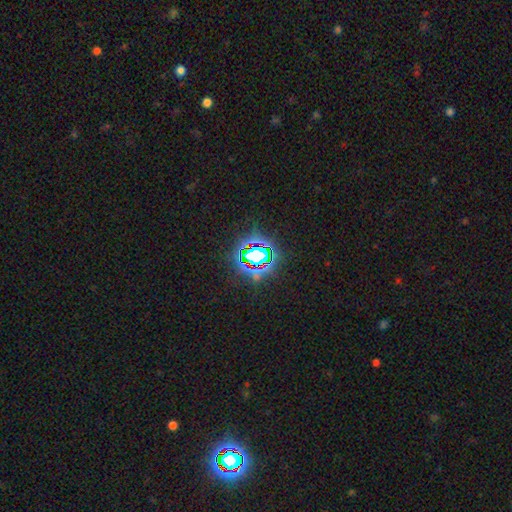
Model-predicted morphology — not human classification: Smooth or featured?
  - star or artifact: 74% *
  - smooth: 15%
  - featured or disk: 11%